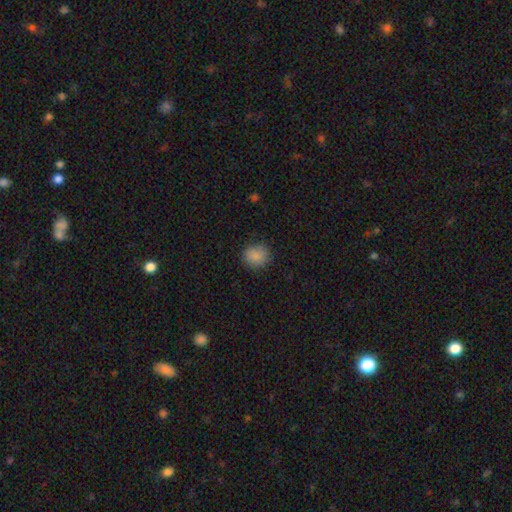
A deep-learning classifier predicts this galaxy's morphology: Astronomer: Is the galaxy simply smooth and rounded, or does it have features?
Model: smooth — 86%.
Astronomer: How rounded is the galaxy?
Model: round — 80%.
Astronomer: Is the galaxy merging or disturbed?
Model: none — 84%.